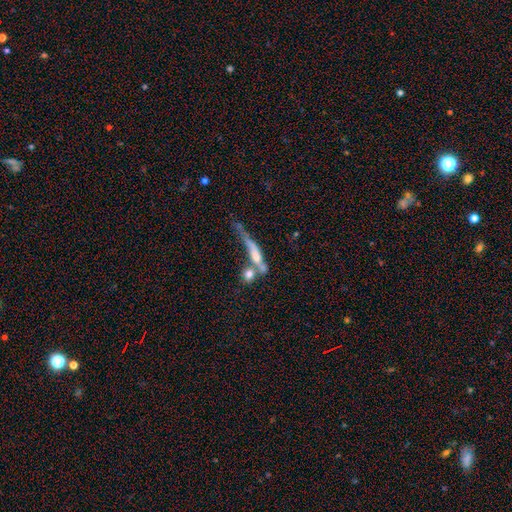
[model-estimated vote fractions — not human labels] This appears to be a smooth galaxy with no disk features (48%). Merging: merger (43%).